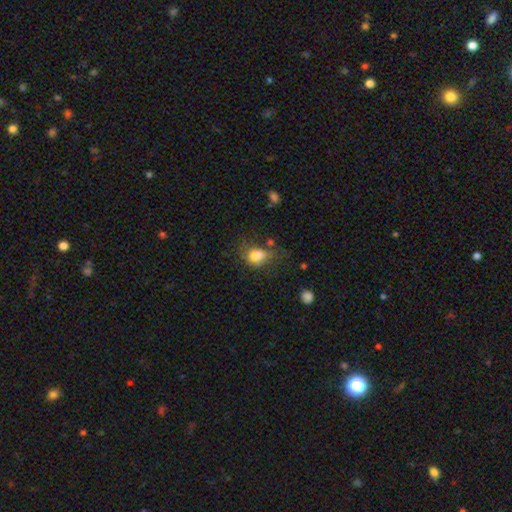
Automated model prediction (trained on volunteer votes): The model was most divided on "merging": none: 36%, minor disturbance: 27%, major disturbance: 27%, merger: 10%. More confident: how rounded — in between (75%); smooth or featured — smooth (74%).